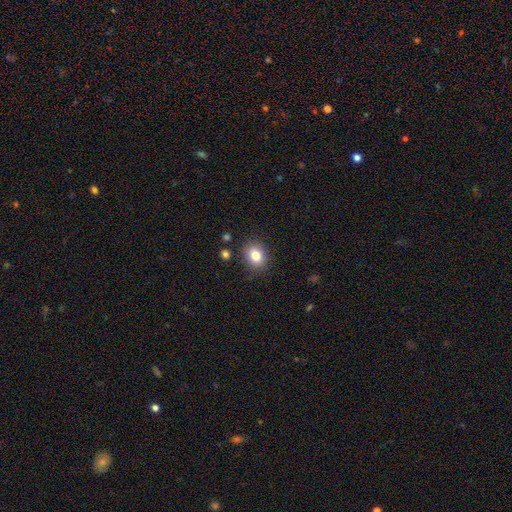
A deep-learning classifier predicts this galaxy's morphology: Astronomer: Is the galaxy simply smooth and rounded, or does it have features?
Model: smooth — 83%.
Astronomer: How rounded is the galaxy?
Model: round — 51% (runner-up: in between, 48%).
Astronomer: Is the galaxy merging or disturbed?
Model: none — 85%.